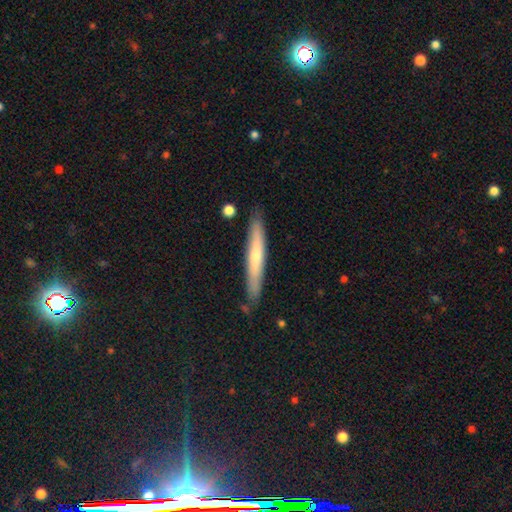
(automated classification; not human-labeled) smooth_or_featured: smooth (p=0.55) [alt: featured or disk p=0.39]
how_rounded: cigar-shaped (p=0.95) [alt: in between p=0.04]
merging: none (p=0.85) [alt: minor disturbance p=0.11]